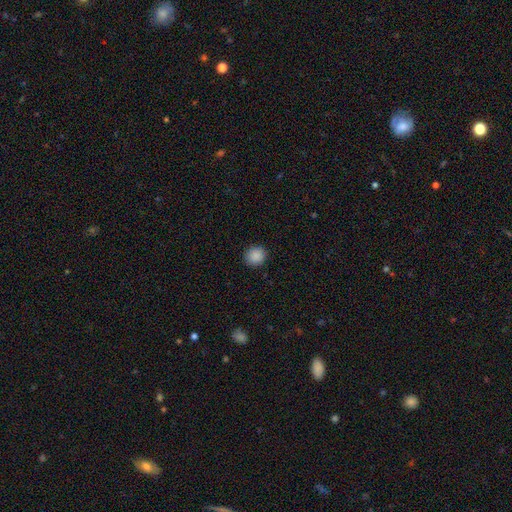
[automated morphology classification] Smooth or featured? Predicted: smooth (p=0.88). How rounded? Predicted: round (p=0.88). Merging? Predicted: none (p=0.90).